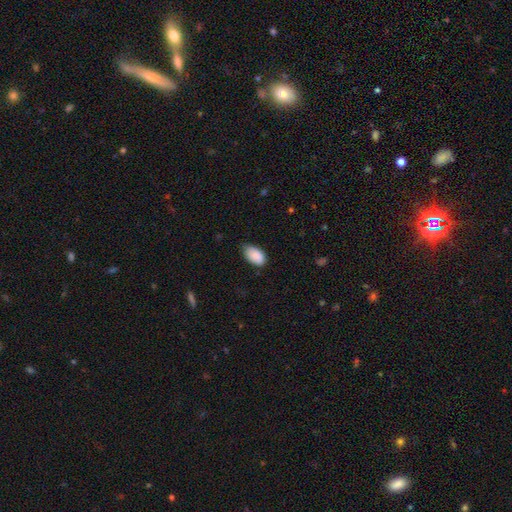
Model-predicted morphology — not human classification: smooth 89%, star or artifact 7%, featured or disk 4%. Down the decision tree: how rounded — in between (94%); merging — none (64%).